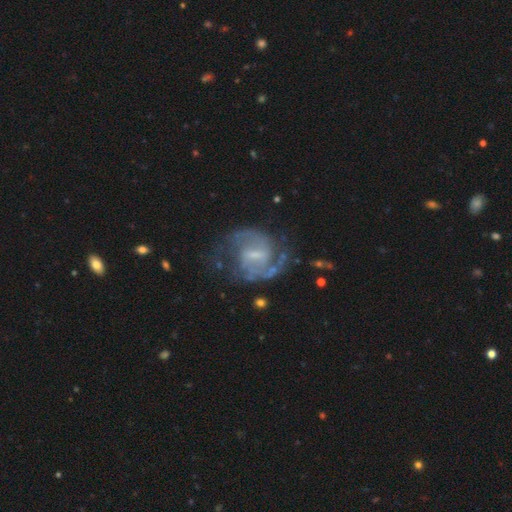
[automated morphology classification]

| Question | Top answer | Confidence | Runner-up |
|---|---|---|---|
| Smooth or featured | featured or disk | 88% | star or artifact (6%) |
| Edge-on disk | no | 98% | yes (2%) |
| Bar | weak | 59% | strong (25%) |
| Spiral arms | yes | 96% | no (4%) |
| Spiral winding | medium | 57% | tight (24%) |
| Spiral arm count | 2 | 87% | can't tell (6%) |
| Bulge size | small | 51% | moderate (24%) |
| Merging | none | 69% | minor disturbance (17%) |